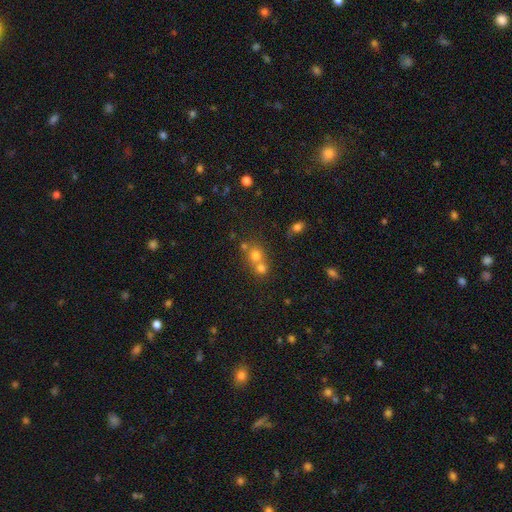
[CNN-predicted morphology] Overall: smooth (69%). How rounded: round (82%). Merging: merger (54%; none 38%).